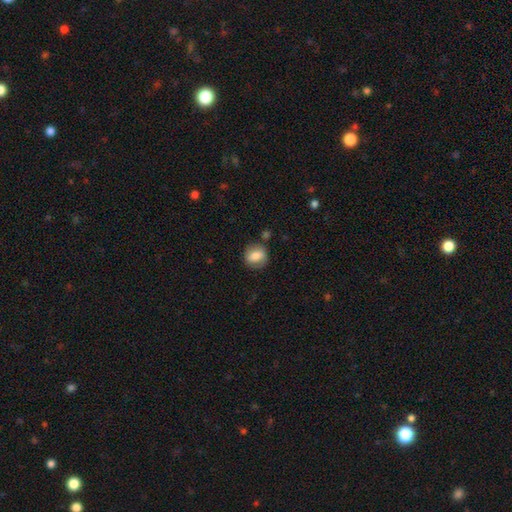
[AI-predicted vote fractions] smooth 77%, featured or disk 14%, star or artifact 8%. Down the decision tree: how rounded — round (61%); merging — none (78%).